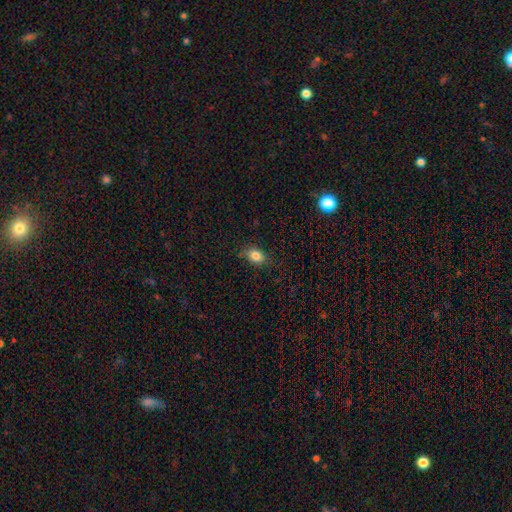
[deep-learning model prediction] This appears to be a smooth galaxy with no disk features (83%) that is in between round and cigar-shaped (74%). Merging: none (79%).